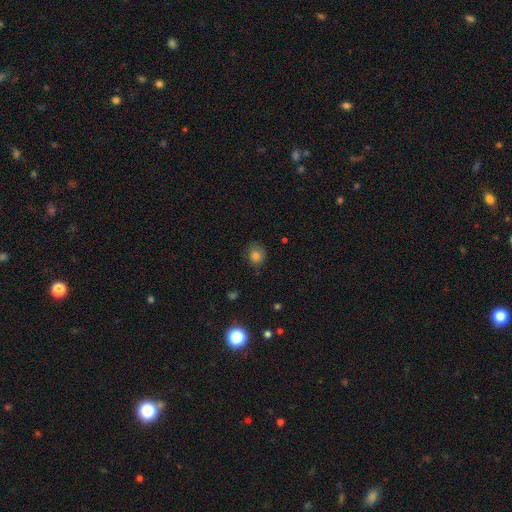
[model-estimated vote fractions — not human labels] Morphology: type=smooth (78%); roundness=round (75%); merging=none (73%).